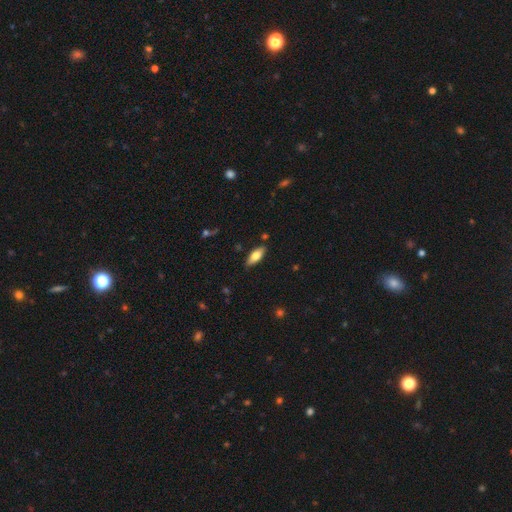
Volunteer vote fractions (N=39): Smooth or featured: smooth — 77% (featured or disk — 23%)
How rounded: in between — 93% (cigar-shaped — 7%)
Merging: none — 95% (minor disturbance — 5%)